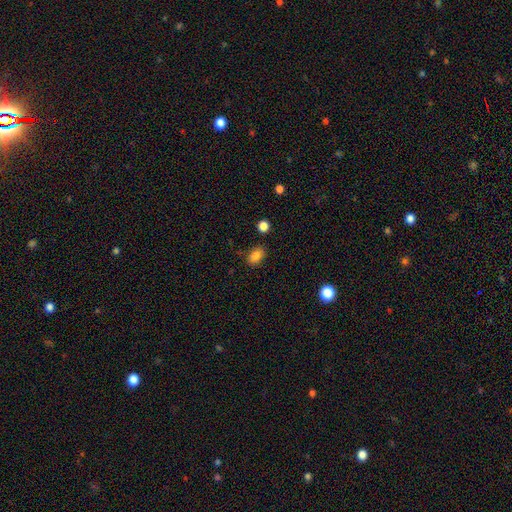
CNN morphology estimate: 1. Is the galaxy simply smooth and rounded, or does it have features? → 85% smooth, 10% star or artifact, 5% featured or disk.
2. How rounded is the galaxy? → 83% in between, 15% round, 2% cigar-shaped.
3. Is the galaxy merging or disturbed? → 82% none, 13% minor disturbance, 3% major disturbance, 3% merger.